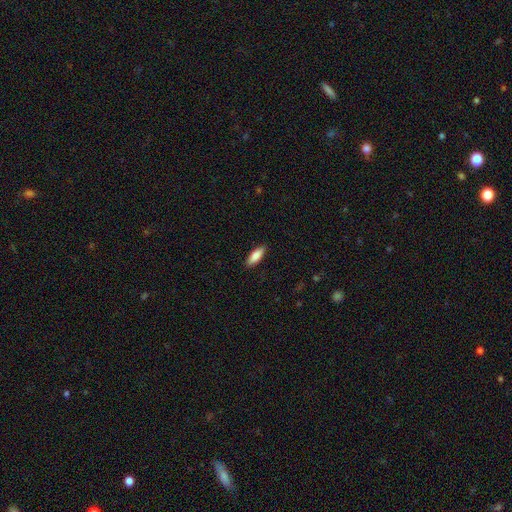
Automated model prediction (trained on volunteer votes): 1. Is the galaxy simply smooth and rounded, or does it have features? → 83% smooth, 11% featured or disk, 6% star or artifact.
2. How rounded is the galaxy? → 63% in between, 36% cigar-shaped, 2% round.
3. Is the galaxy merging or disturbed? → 88% none, 9% minor disturbance, 2% major disturbance, 1% merger.